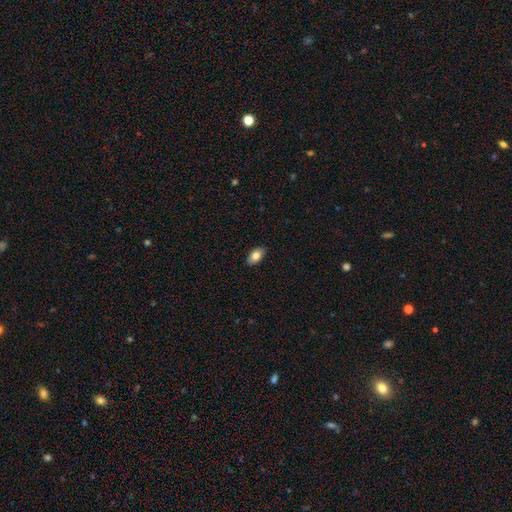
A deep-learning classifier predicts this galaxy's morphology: Overall: smooth (80%). How rounded: in between (92%). Merging: none (89%).